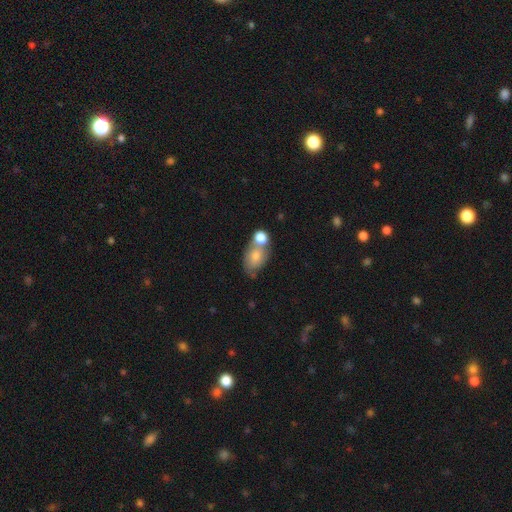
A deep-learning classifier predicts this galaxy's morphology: This appears to be a smooth galaxy with no disk features (73%) that is in between round and cigar-shaped (77%). Merging: merger (43%).